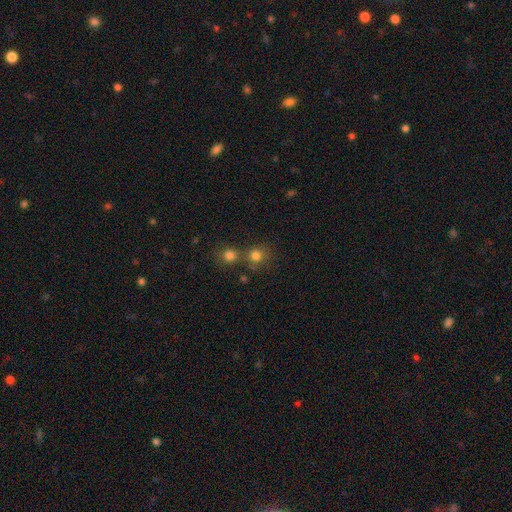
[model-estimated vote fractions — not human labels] A smooth galaxy with no disk features (77%) that is round (86%).

Vote fractions:
- Smooth or featured? smooth: 77% / star or artifact: 15% / featured or disk: 8%
- How rounded? round: 86% / in between: 13% / cigar-shaped: 1%
- Merging? none: 54% / merger: 33% / minor disturbance: 8% / major disturbance: 4%